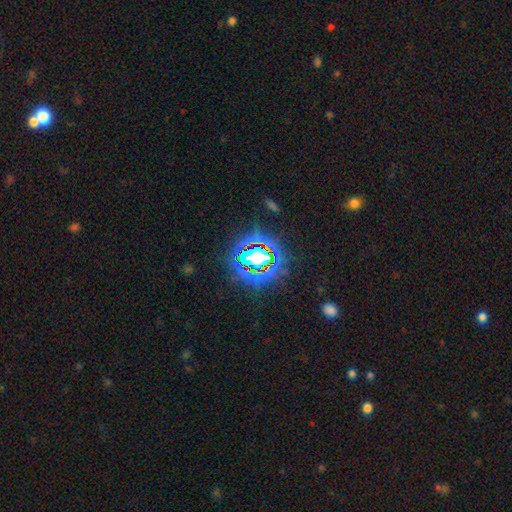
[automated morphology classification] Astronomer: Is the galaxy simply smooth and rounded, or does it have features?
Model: star or artifact — 69%.